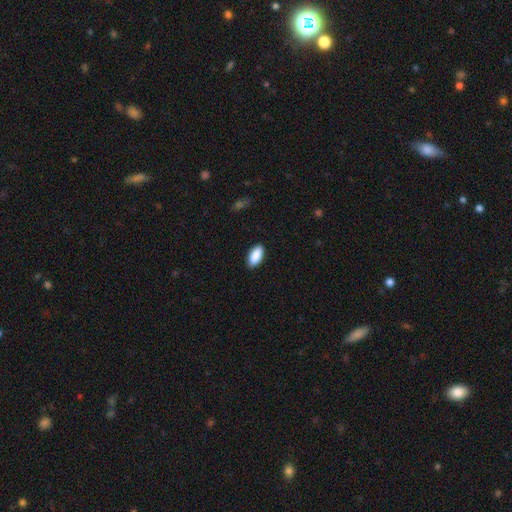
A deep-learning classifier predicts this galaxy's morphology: Overall: smooth (90%). How rounded: in between (92%). Merging: none (88%).